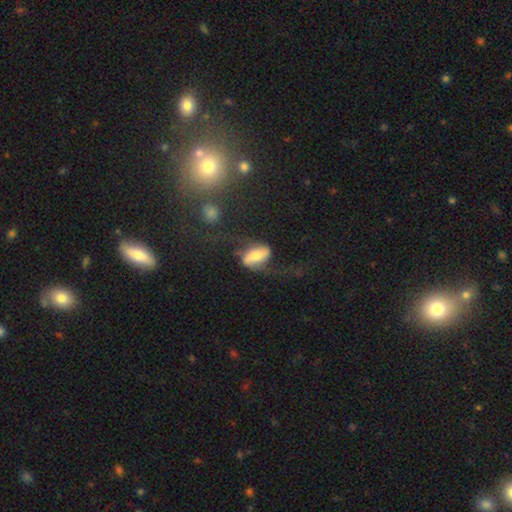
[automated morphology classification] smooth-or-featured: featured or disk: 61% | smooth: 31% | star or artifact: 9%
  disk-edge-on: no: 93% | yes: 7%
    bar: strong: 39% | weak: 32% | no: 29%
    has-spiral-arms: yes: 86% | no: 14%
    bulge-size: moderate: 46% | small: 31% | large: 14% | none: 5% | dominant: 4%
  merging: none: 46% | major disturbance: 29% | minor disturbance: 20% | merger: 6%